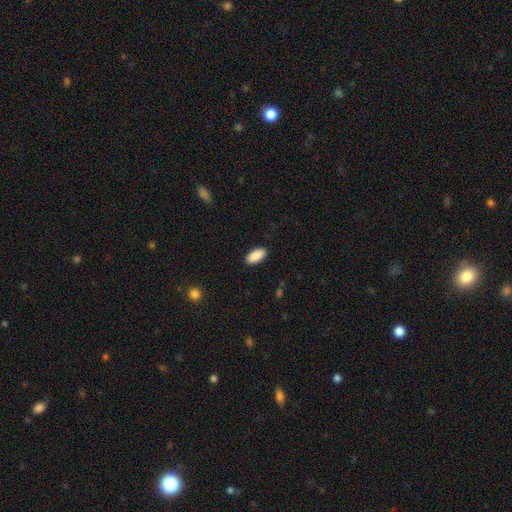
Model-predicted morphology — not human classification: A smooth galaxy with no disk features (91%) that is in between round and cigar-shaped (90%). Merging: none (89%).